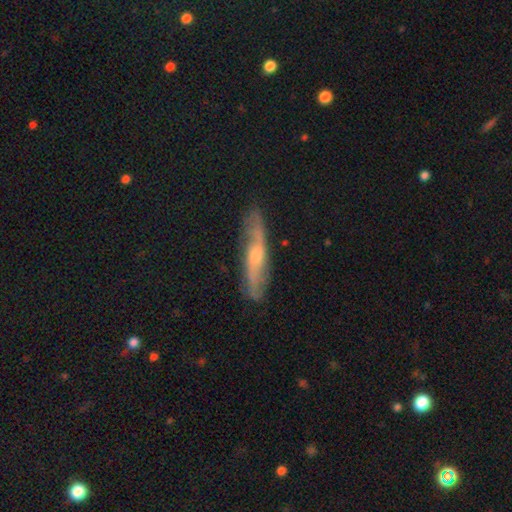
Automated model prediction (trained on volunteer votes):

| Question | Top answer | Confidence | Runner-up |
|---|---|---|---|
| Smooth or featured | featured or disk | 64% | smooth (30%) |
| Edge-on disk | no | 51% | yes (49%) |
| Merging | none | 81% | minor disturbance (15%) |